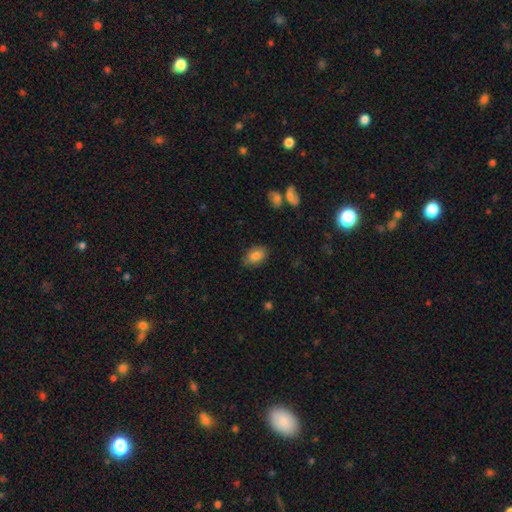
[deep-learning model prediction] Q: Smooth or featured?
A: smooth (83%); runner-up: featured or disk (9%)
Q: How rounded?
A: in between (86%); runner-up: round (13%)
Q: Merging?
A: none (80%); runner-up: minor disturbance (15%)